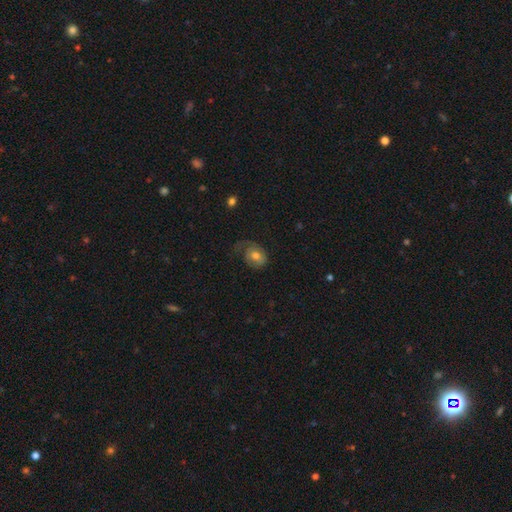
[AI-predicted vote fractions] smooth 55%, featured or disk 37%, star or artifact 8%. Down the decision tree: how rounded — in between (64%); merging — none (39%).